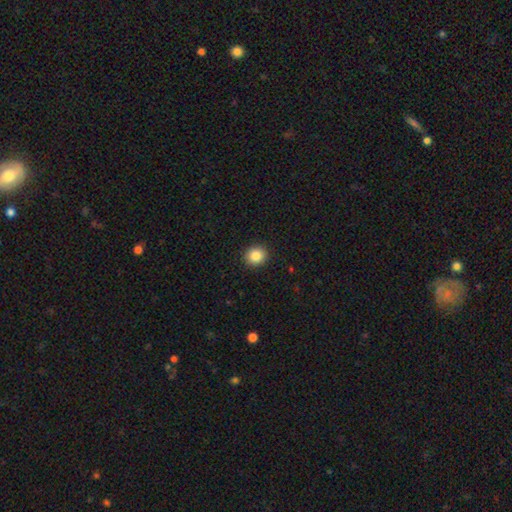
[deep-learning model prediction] smooth-or-featured: smooth: 86% | star or artifact: 10% | featured or disk: 4%
  how-rounded: round: 87% | in between: 12% | cigar-shaped: 1%
  merging: none: 92% | minor disturbance: 5% | major disturbance: 2% | merger: 1%